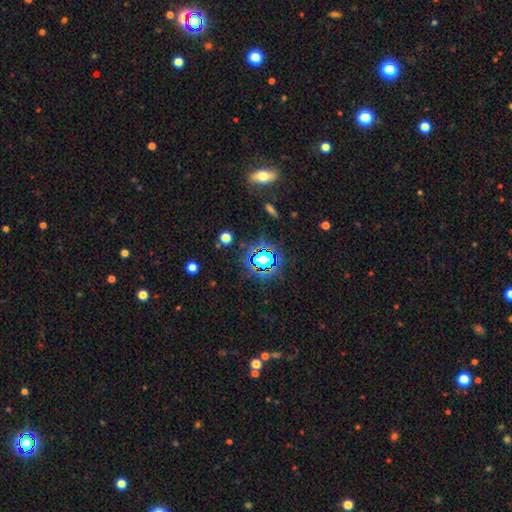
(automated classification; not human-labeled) Q: Smooth or featured?
A: star or artifact (69%); runner-up: smooth (19%)